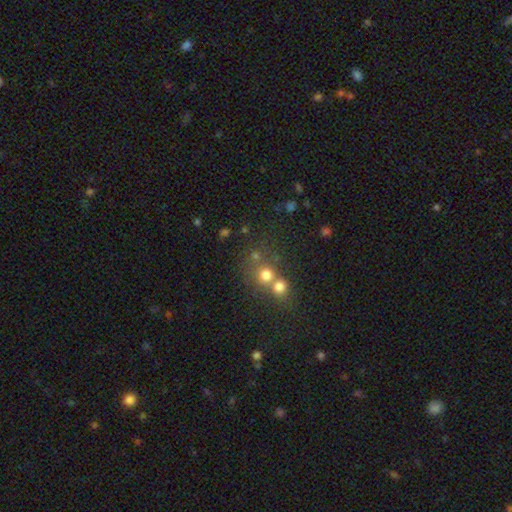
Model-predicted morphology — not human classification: Smooth or featured: smooth — 59% (star or artifact — 26%)
How rounded: round — 84% (in between — 15%)
Merging: merger — 47% (none — 43%)